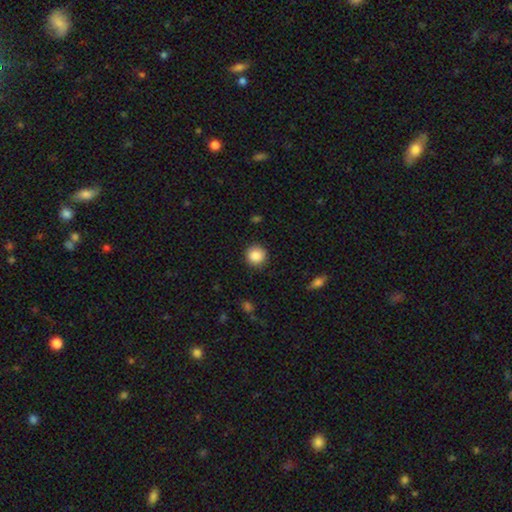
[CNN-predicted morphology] Q: Smooth or featured?
A: smooth (88%); runner-up: star or artifact (9%)
Q: How rounded?
A: round (93%); runner-up: in between (6%)
Q: Merging?
A: none (90%); runner-up: minor disturbance (7%)